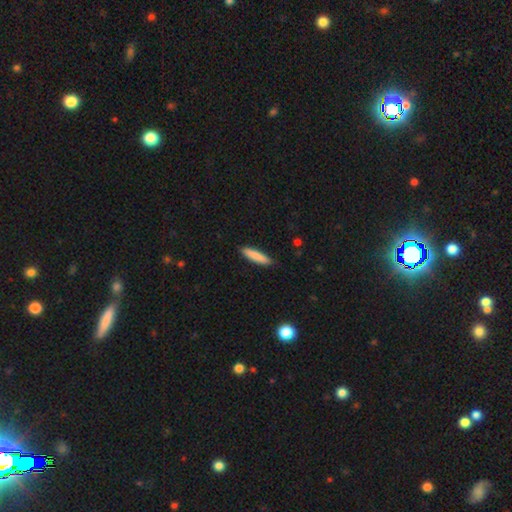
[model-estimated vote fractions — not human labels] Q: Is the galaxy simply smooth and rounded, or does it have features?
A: smooth — 85%.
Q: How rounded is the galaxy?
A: cigar-shaped — 84%.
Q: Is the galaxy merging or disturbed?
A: none — 88%.